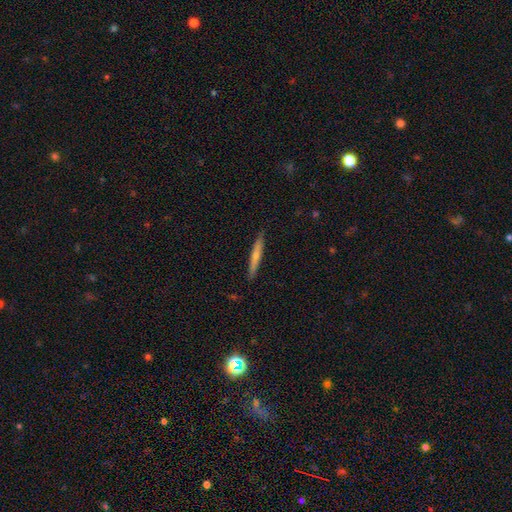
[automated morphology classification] Overall: smooth (56%; featured or disk 38%). How rounded: cigar-shaped (94%). Merging: none (88%).